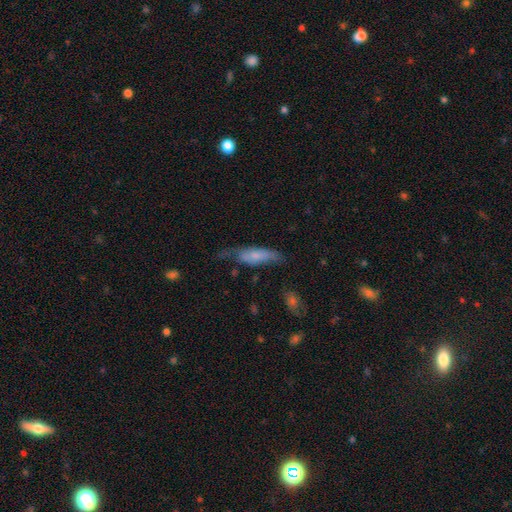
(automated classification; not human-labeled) smooth 60%, featured or disk 33%, star or artifact 7%. Down the decision tree: how rounded — cigar-shaped (53%); merging — none (44%).